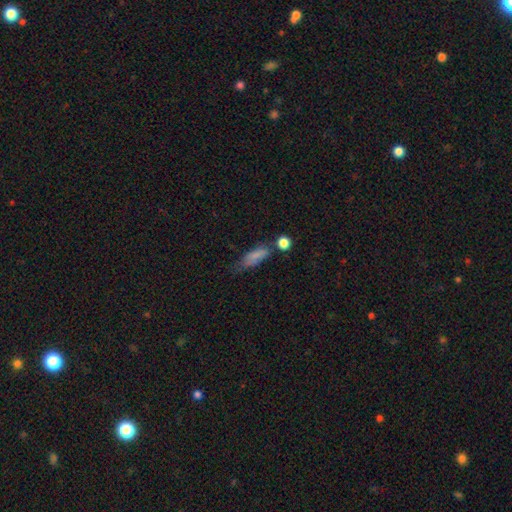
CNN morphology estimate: Smooth or featured: smooth — 75% (featured or disk — 15%)
How rounded: in between — 58% (cigar-shaped — 37%)
Merging: none — 43% (minor disturbance — 30%)